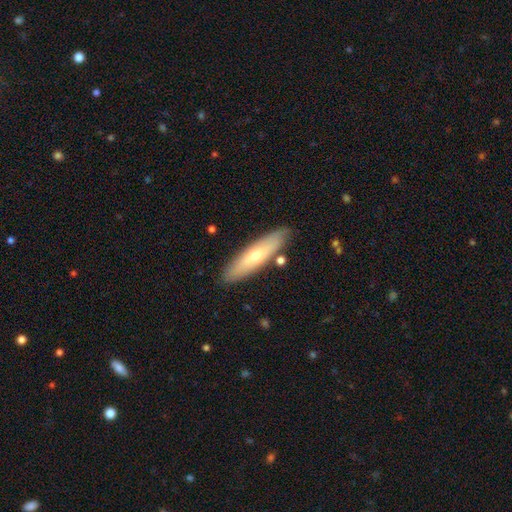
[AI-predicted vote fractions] Smooth or featured? smooth (55%)
How rounded? cigar-shaped (70%)
Merging? none (84%)